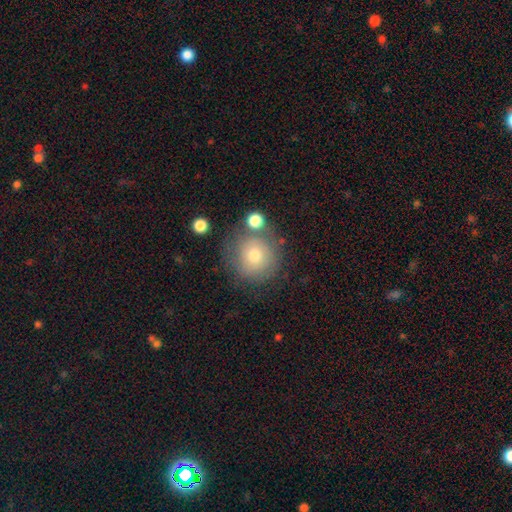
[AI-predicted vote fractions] smooth 71%, featured or disk 19%, star or artifact 10%. Down the decision tree: how rounded — round (92%); merging — none (66%).